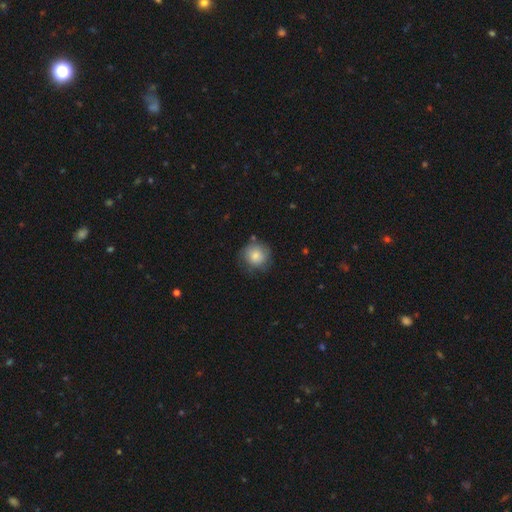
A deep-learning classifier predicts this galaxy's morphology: A smooth galaxy with no disk features (80%) that is round (91%).

Vote fractions:
- Smooth or featured? smooth: 80% / featured or disk: 12% / star or artifact: 8%
- How rounded? round: 91% / in between: 8% / cigar-shaped: 1%
- Merging? none: 74% / minor disturbance: 18% / major disturbance: 6% / merger: 3%